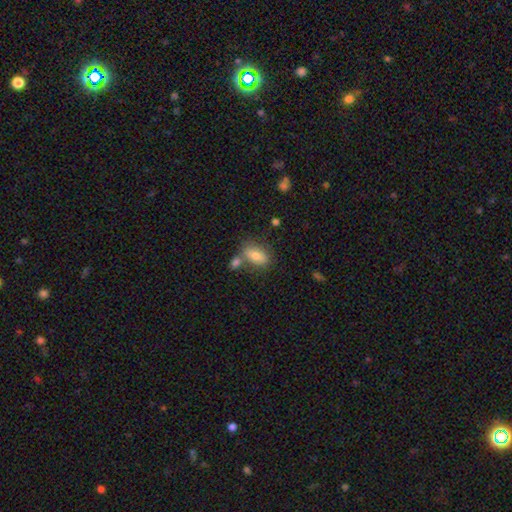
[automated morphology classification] This appears to be a smooth galaxy with no disk features (75%) that is in between round and cigar-shaped (86%). Merging: none (57%).